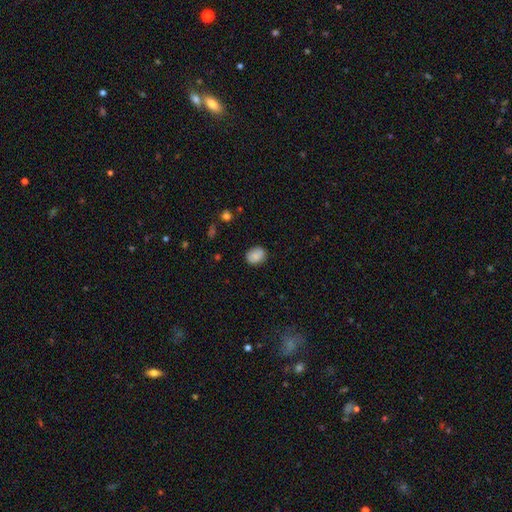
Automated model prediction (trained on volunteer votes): A smooth galaxy with no disk features (84%) that is in between round and cigar-shaped (53%). Merging: none (82%).